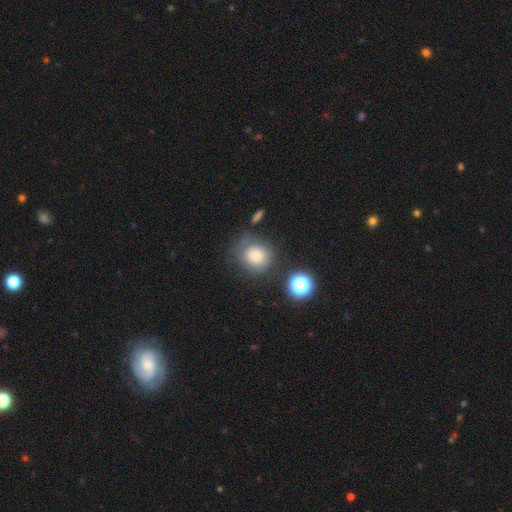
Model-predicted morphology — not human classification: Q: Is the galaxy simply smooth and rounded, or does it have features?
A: smooth — 79%.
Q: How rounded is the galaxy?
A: round — 84%.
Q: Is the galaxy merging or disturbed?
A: none — 66%.